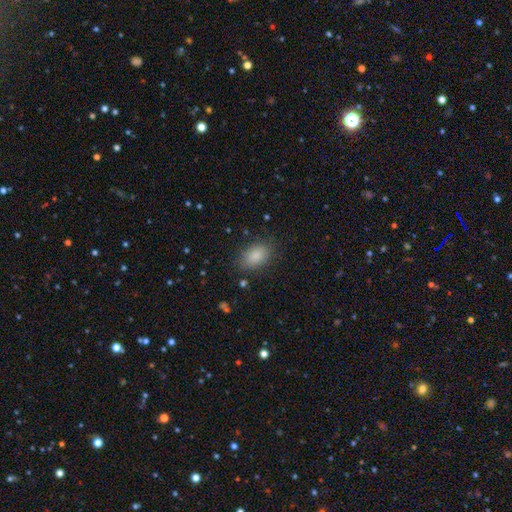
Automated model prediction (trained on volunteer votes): Morphology: type=smooth (87%); roundness=in between (88%); merging=none (83%).